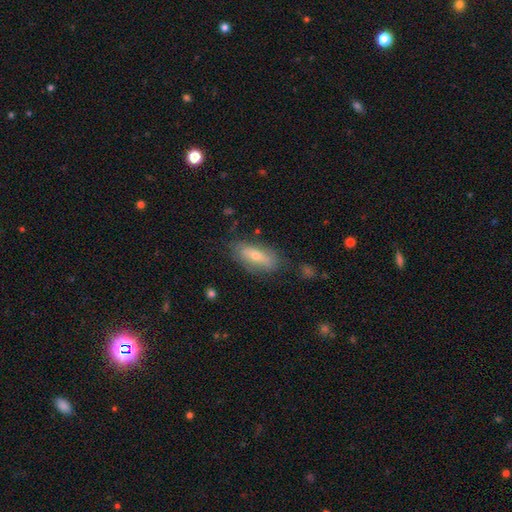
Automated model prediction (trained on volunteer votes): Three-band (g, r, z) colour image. It shows a smooth galaxy with no disk features (58%) that is in between round and cigar-shaped (76%). Merging: none (76%).